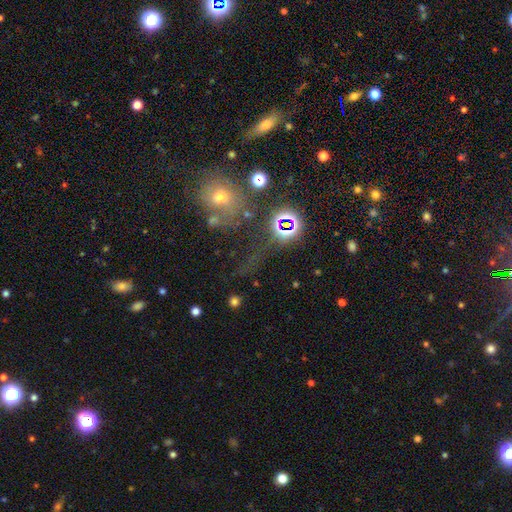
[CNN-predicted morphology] type=star or artifact (59%).